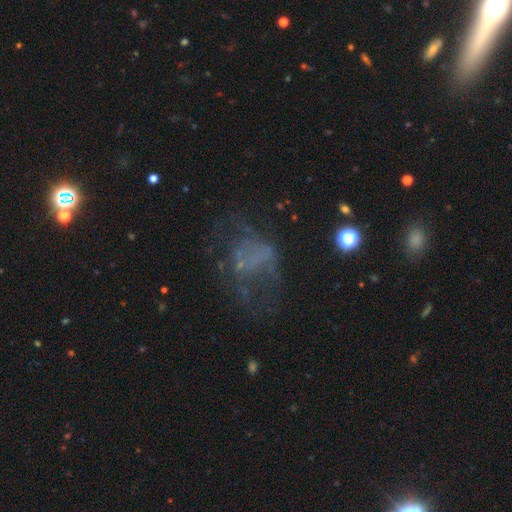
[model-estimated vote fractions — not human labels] A featured or disk galaxy (42%). Merging: none (40%).